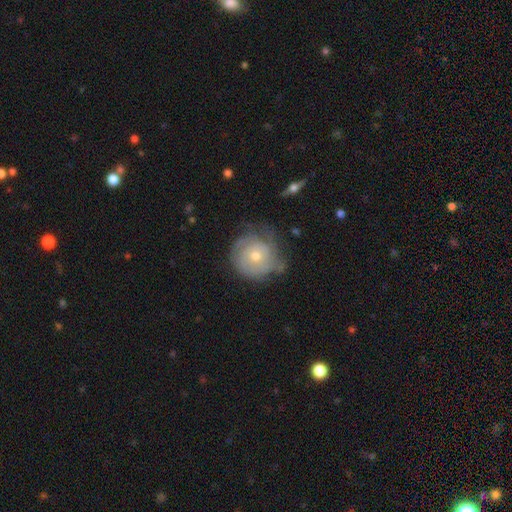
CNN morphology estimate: A featured or disk galaxy (57%) with no bar (85%), spiral arms (73%) and a moderate central bulge (52%). Merging: none (61%).